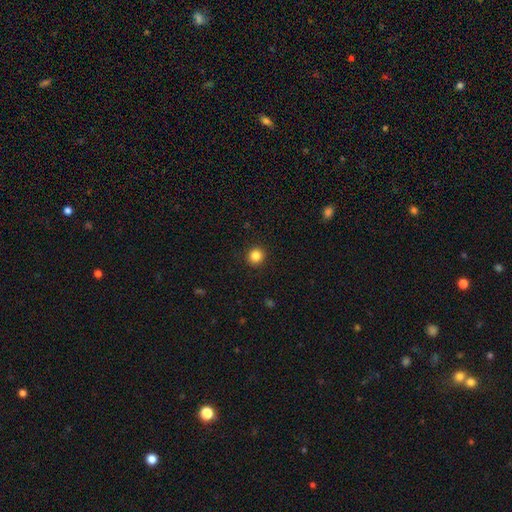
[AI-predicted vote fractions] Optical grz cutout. It shows a smooth galaxy with no disk features (85%) that is round (93%). Merging: none (92%).